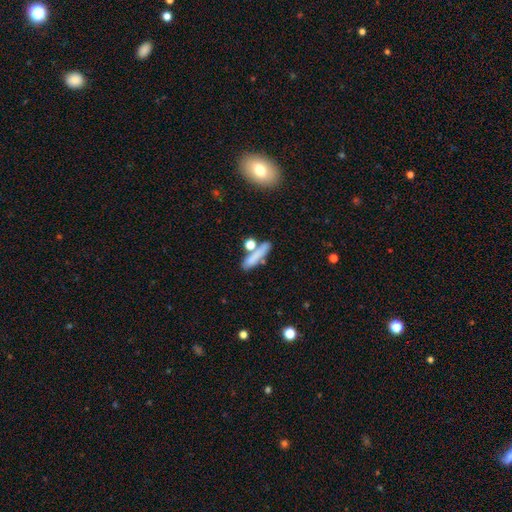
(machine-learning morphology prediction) type=smooth (75%); roundness=cigar-shaped (66%); merging=none (63%).